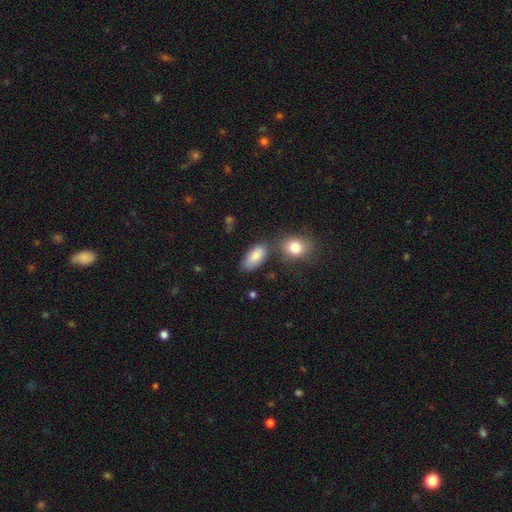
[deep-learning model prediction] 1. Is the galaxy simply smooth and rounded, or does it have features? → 85% smooth, 8% featured or disk, 7% star or artifact.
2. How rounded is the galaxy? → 92% in between, 5% cigar-shaped, 4% round.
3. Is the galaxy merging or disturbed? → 63% none, 18% minor disturbance, 14% merger, 5% major disturbance.